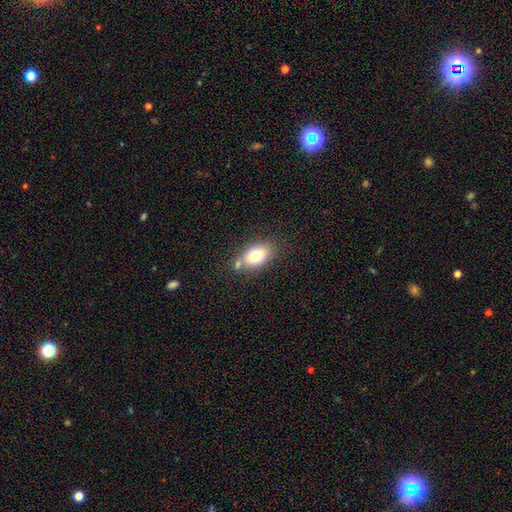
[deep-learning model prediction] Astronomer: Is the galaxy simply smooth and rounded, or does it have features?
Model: smooth — 75%.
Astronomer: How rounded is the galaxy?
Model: in between — 85%.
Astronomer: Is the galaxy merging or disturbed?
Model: none — 61%.